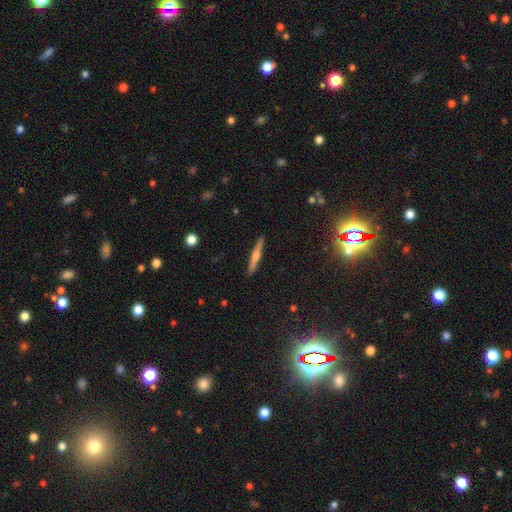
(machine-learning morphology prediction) A featured or disk galaxy (63%) viewed edge-on (97%) with a rounded central bulge (82%).

Vote fractions:
- Smooth or featured? featured or disk: 63% / smooth: 27% / star or artifact: 11%
- Edge-on disk? yes: 97% / no: 3%
- Edge-on bulge? rounded: 82% / none: 10% / boxy: 8%
- Merging? none: 91% / minor disturbance: 6% / major disturbance: 1% / merger: 1%